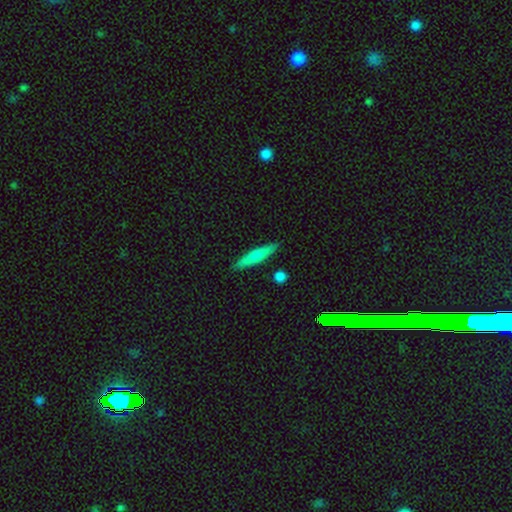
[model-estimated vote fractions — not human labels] This is likely a smooth galaxy (67%). How rounded: clearly cigar-shaped (90%). Merging: clearly none (88%).